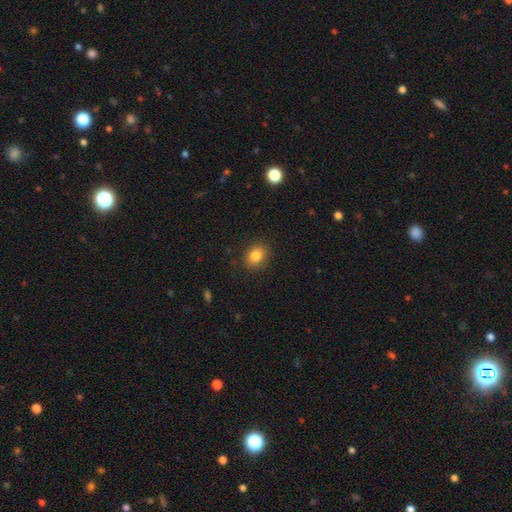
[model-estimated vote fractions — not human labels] Smooth or featured: smooth — 83% (star or artifact — 11%)
How rounded: round — 50% (in between — 49%)
Merging: none — 87% (minor disturbance — 9%)